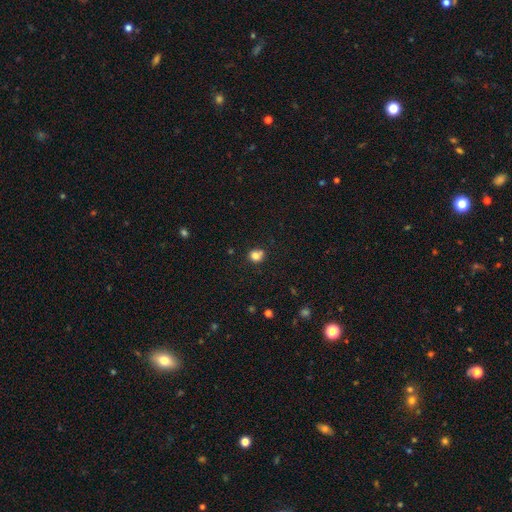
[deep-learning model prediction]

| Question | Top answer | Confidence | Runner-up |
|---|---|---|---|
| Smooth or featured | smooth | 78% | star or artifact (13%) |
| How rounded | round | 79% | in between (20%) |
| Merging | none | 62% | merger (18%) |